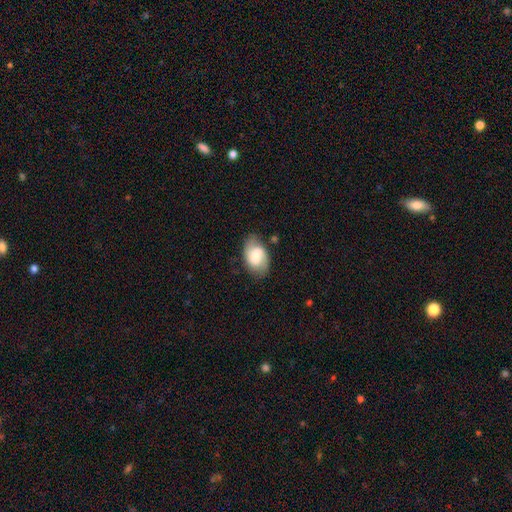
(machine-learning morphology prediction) Smooth or featured?
  - smooth: 47% *
  - featured or disk: 45%
  - star or artifact: 8%
Merging?
  - none: 73% *
  - minor disturbance: 19%
  - major disturbance: 6%
  - merger: 2%